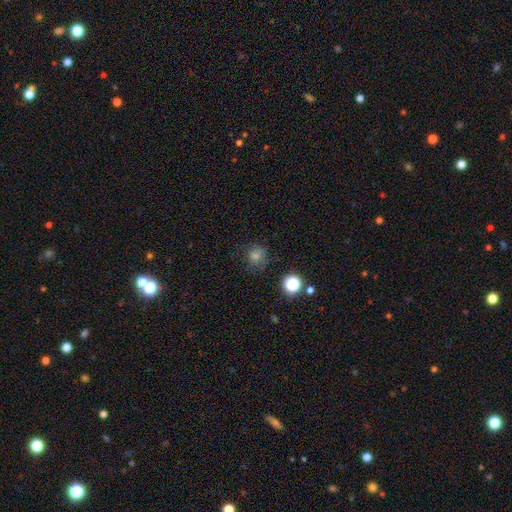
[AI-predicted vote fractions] smooth_or_featured: smooth (p=0.66) [alt: star or artifact p=0.24]
how_rounded: round (p=0.87) [alt: in between p=0.12]
merging: none (p=0.76) [alt: minor disturbance p=0.16]